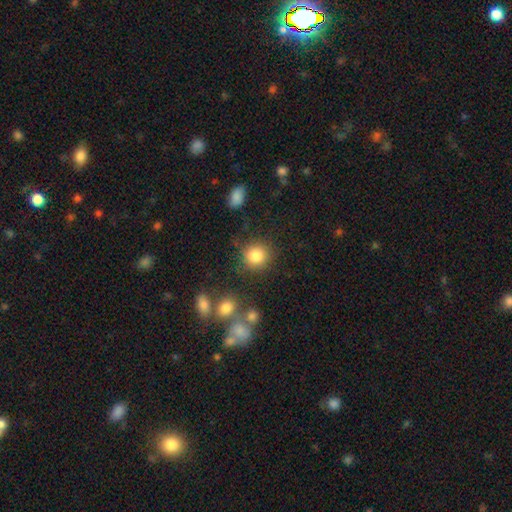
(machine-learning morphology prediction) This is clearly a smooth galaxy (84%). How rounded: clearly round (87%). Merging: clearly none (82%).